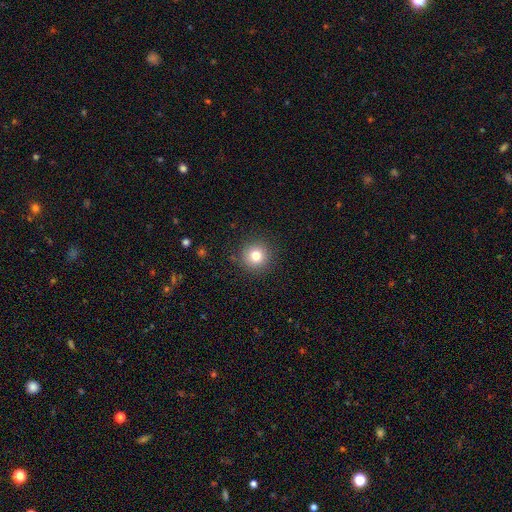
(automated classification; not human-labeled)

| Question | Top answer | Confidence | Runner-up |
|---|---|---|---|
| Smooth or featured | smooth | 78% | star or artifact (13%) |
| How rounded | round | 95% | in between (4%) |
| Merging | none | 90% | minor disturbance (7%) |